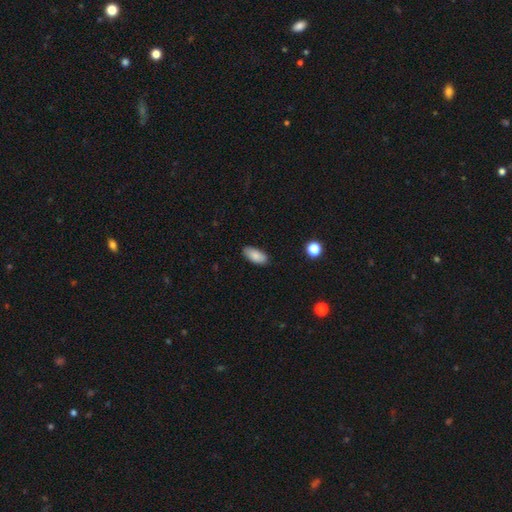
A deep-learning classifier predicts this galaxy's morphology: Smooth or featured?
  - smooth: 86% *
  - star or artifact: 7%
  - featured or disk: 7%
How rounded?
  - in between: 91% *
  - cigar-shaped: 7%
  - round: 2%
Merging?
  - none: 86% *
  - minor disturbance: 10%
  - major disturbance: 2%
  - merger: 1%